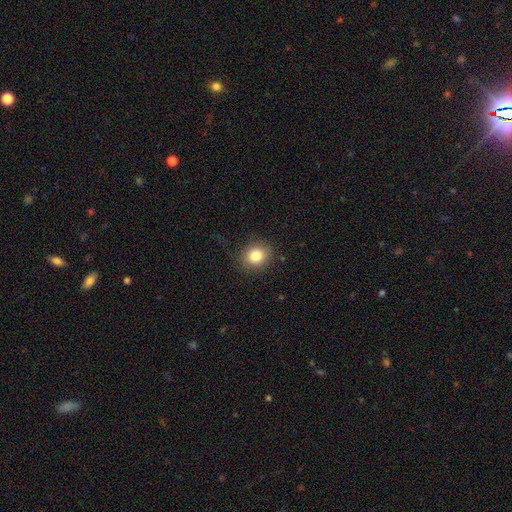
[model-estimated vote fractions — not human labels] A smooth galaxy with no disk features (83%) that is round (70%).

Vote fractions:
- Smooth or featured? smooth: 83% / star or artifact: 10% / featured or disk: 7%
- How rounded? round: 70% / in between: 29% / cigar-shaped: 1%
- Merging? none: 83% / minor disturbance: 11% / major disturbance: 4% / merger: 1%